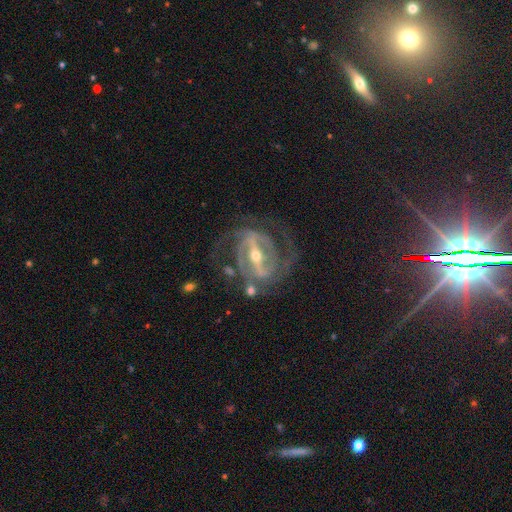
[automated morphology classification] type=featured or disk (90%); edge-on=no (94%); bar=strong (78%); spiral arms=yes (96%); winding=tight (45%); arm count=2 (63%); bulge=moderate (48%, tied with small); merging=none (67%).